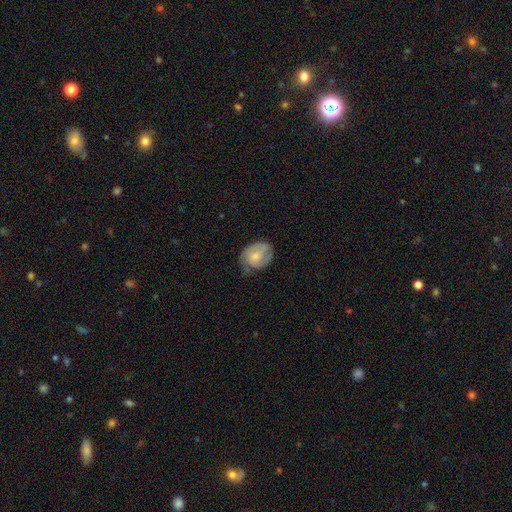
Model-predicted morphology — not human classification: type=smooth (48%); merging=none (53%).